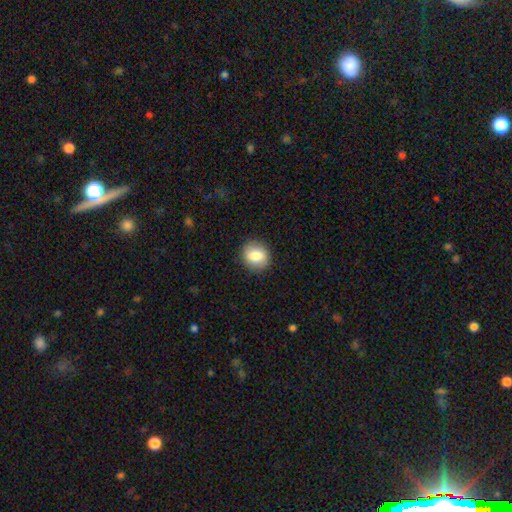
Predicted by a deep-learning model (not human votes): smooth-or-featured: smooth: 81% | featured or disk: 12% | star or artifact: 8%
  how-rounded: round: 77% | in between: 22% | cigar-shaped: 1%
  merging: none: 89% | minor disturbance: 8% | major disturbance: 2% | merger: 1%